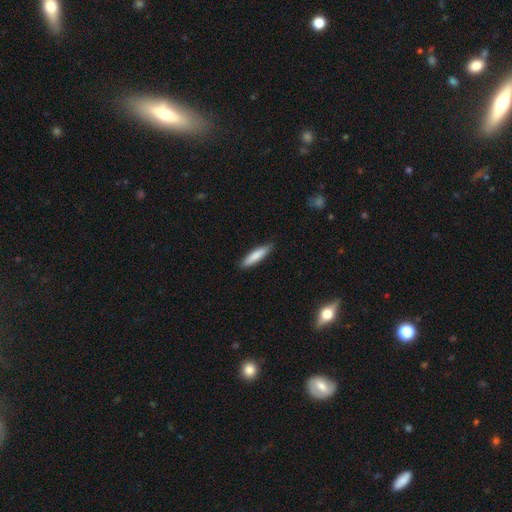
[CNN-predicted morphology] This appears to be a smooth galaxy with no disk features (82%) that is cigar-shaped (80%). Merging: none (87%).